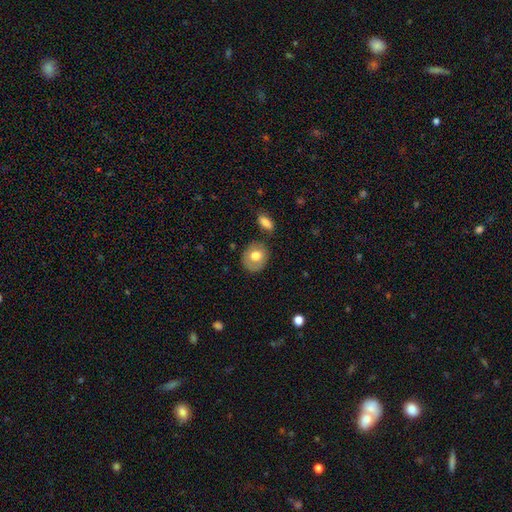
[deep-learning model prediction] Overall: smooth (64%; featured or disk 29%). How rounded: round (64%; in between 35%). Merging: none (72%).